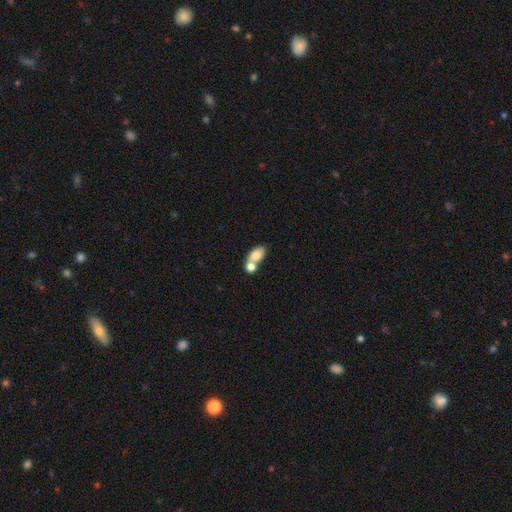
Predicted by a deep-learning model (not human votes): Smooth or featured: smooth — 78% (featured or disk — 15%)
How rounded: in between — 86% (round — 11%)
Merging: merger — 56% (none — 32%)